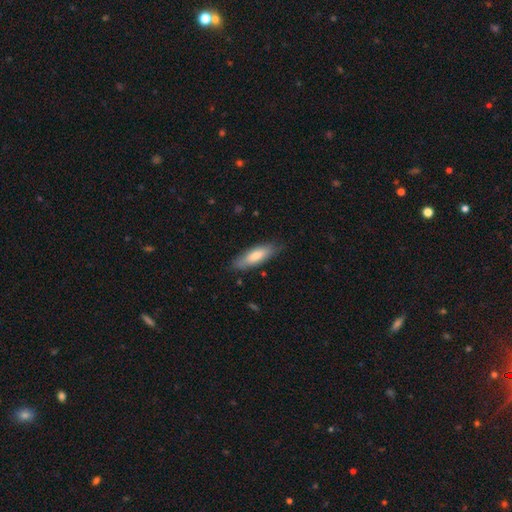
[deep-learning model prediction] Overall: smooth (76%). How rounded: cigar-shaped (49%, tied with in between). Merging: none (80%).